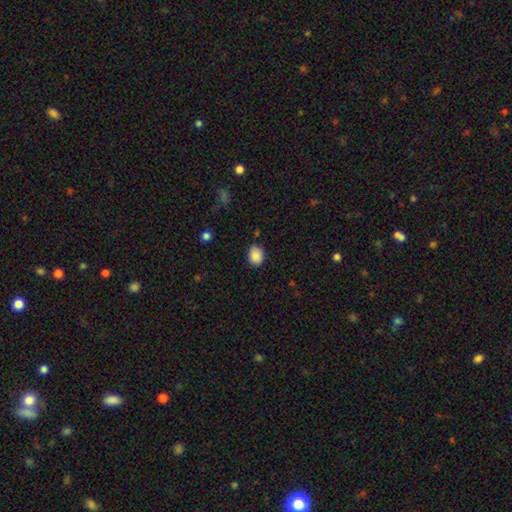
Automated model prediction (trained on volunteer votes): This appears to be a smooth galaxy with no disk features (88%) that is round (51%). Merging: none (80%).